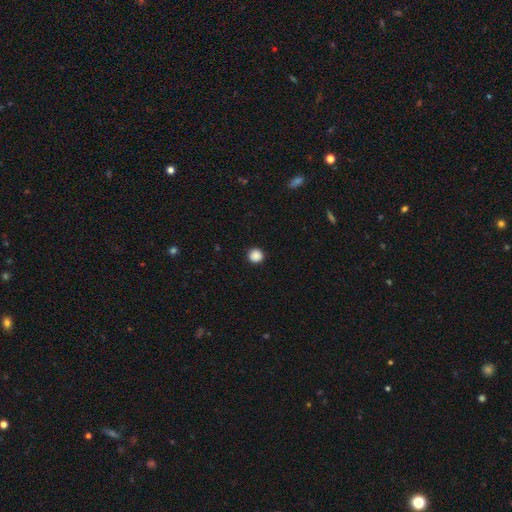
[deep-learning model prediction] smooth 88%, star or artifact 10%, featured or disk 2%. Down the decision tree: how rounded — round (95%); merging — none (92%).